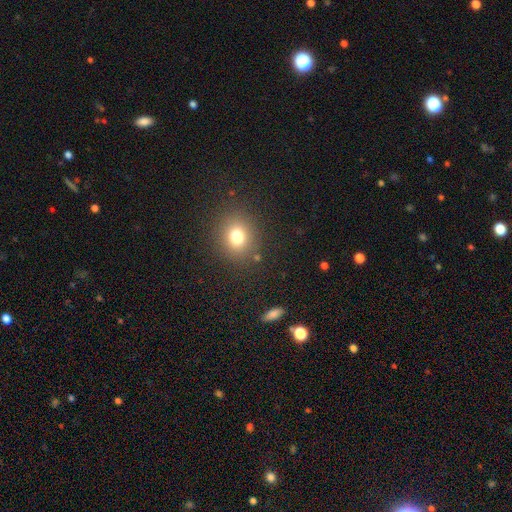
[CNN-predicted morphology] Q: Smooth or featured?
A: smooth (71%); runner-up: star or artifact (21%)
Q: How rounded?
A: round (71%); runner-up: in between (27%)
Q: Merging?
A: none (90%); runner-up: minor disturbance (6%)